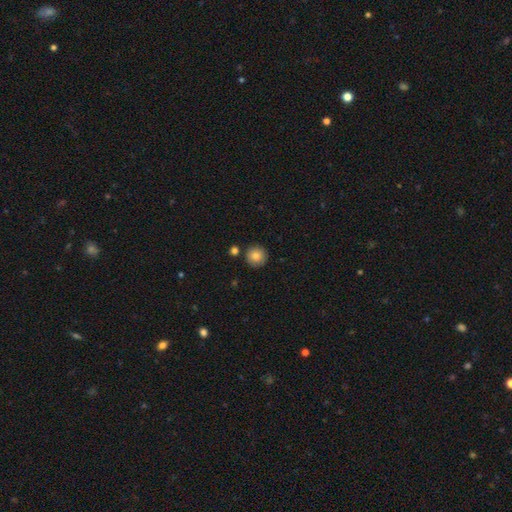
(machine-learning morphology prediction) This appears to be a smooth galaxy with no disk features (83%) that is round (95%). Merging: none (87%).